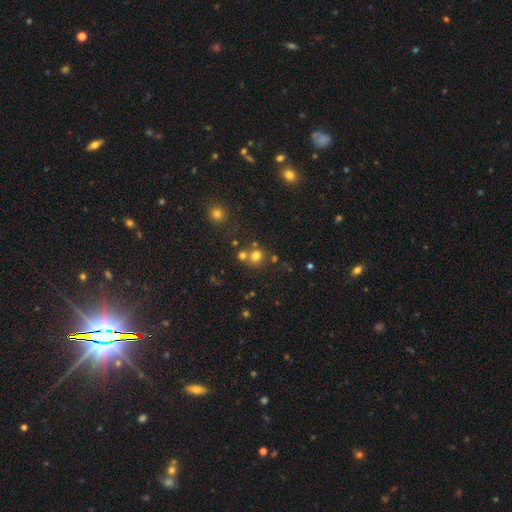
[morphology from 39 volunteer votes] A smooth galaxy with no disk features (82%) that is round (66%).

Vote fractions:
- Smooth or featured? smooth: 82% / featured or disk: 10% / star or artifact: 8%
- How rounded? round: 66% / in between: 34% / cigar-shaped: 0%
- Merging? none: 50% / merger: 25% / minor disturbance: 14% / major disturbance: 11%